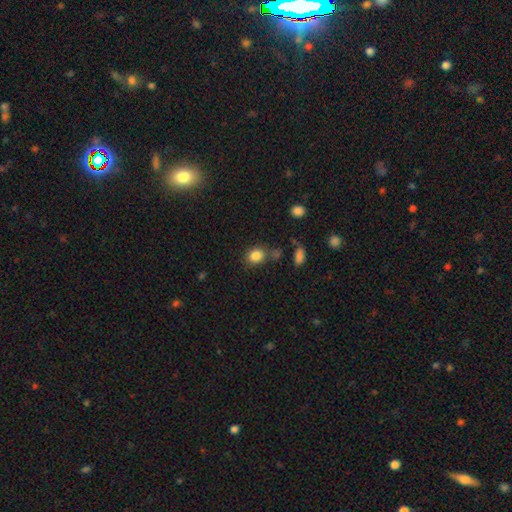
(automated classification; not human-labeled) Smooth or featured? smooth (84%)
How rounded? round (59%)
Merging? none (72%)